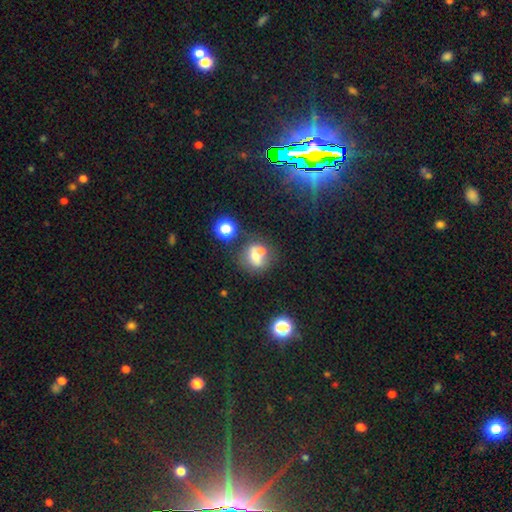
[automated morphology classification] This appears to be a smooth galaxy with no disk features (59%) that is round (73%). Merging: merger (42%).